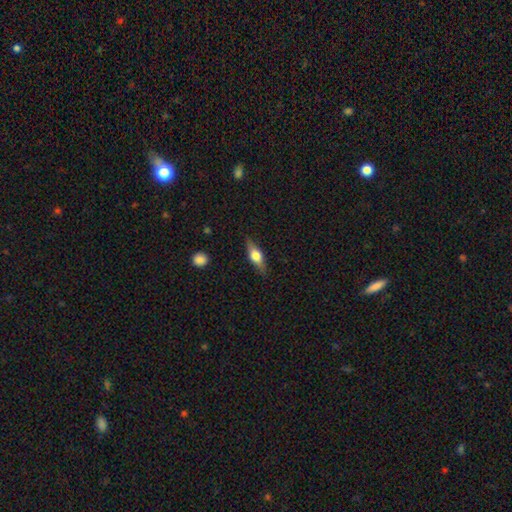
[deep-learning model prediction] Q: Smooth or featured?
A: featured or disk (48%); runner-up: smooth (45%)
Q: Merging?
A: none (84%); runner-up: minor disturbance (12%)